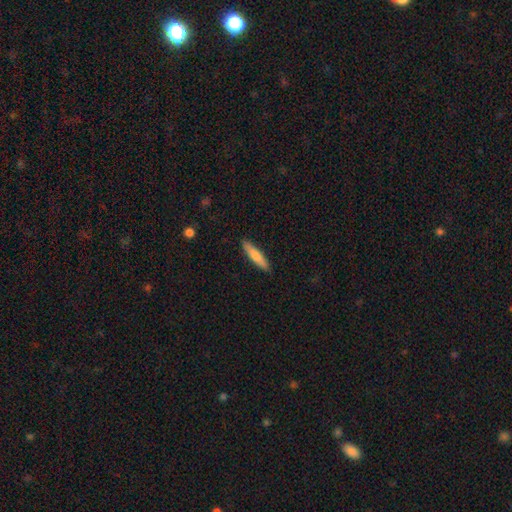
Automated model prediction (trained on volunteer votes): The model was most divided on "smooth or featured": smooth: 73%, featured or disk: 22%, star or artifact: 5%. More confident: merging — none (90%); how rounded — cigar-shaped (84%).